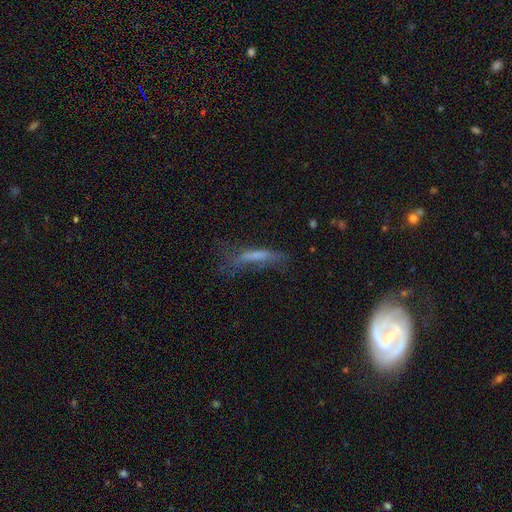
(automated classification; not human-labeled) Morphology: type=smooth (56%); roundness=cigar-shaped (84%); merging=none (40%).